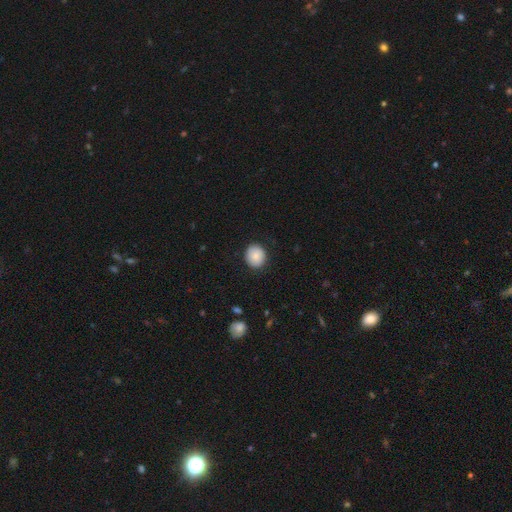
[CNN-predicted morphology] Overall: smooth (85%). How rounded: round (76%). Merging: none (87%).